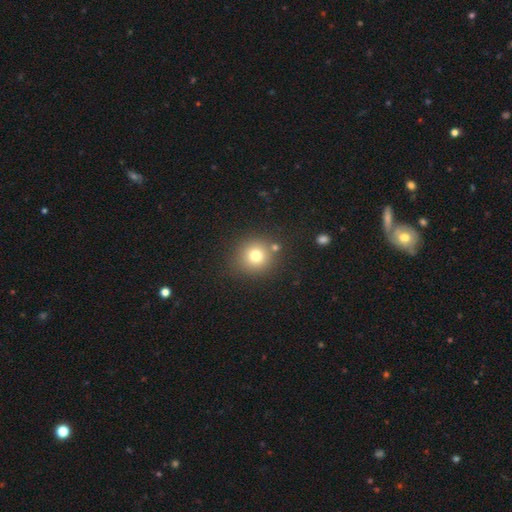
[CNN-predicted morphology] smooth 76%, star or artifact 14%, featured or disk 10%. Down the decision tree: how rounded — round (92%); merging — none (81%).